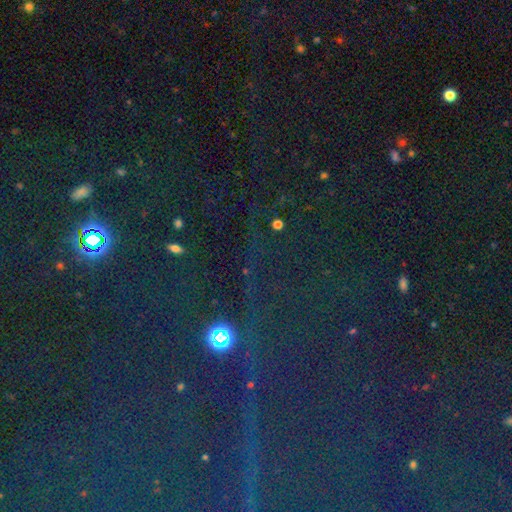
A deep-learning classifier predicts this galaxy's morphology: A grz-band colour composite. It shows a star or artifact, not a galaxy (80%).